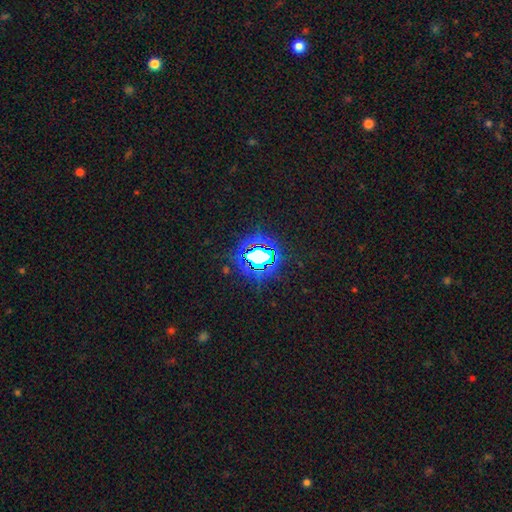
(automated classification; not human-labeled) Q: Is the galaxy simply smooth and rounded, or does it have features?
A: star or artifact — 72%.